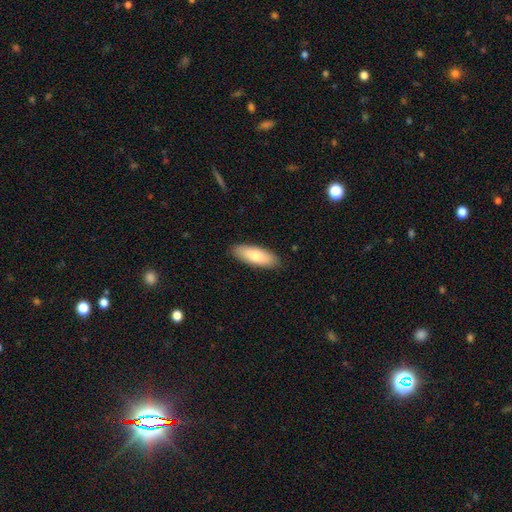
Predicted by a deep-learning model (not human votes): A smooth galaxy with no disk features (79%) that is in between round and cigar-shaped (64%).

Vote fractions:
- Smooth or featured? smooth: 79% / featured or disk: 16% / star or artifact: 5%
- How rounded? in between: 64% / cigar-shaped: 34% / round: 2%
- Merging? none: 89% / minor disturbance: 9% / major disturbance: 2% / merger: 1%